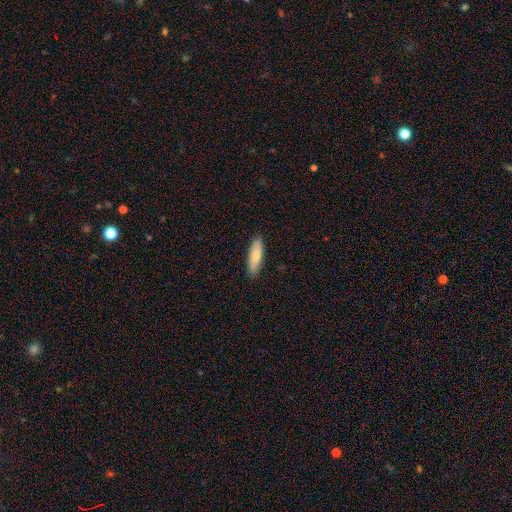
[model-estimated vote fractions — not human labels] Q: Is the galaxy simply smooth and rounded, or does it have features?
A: smooth — 75%.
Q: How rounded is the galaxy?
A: cigar-shaped — 53%.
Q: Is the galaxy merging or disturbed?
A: none — 87%.